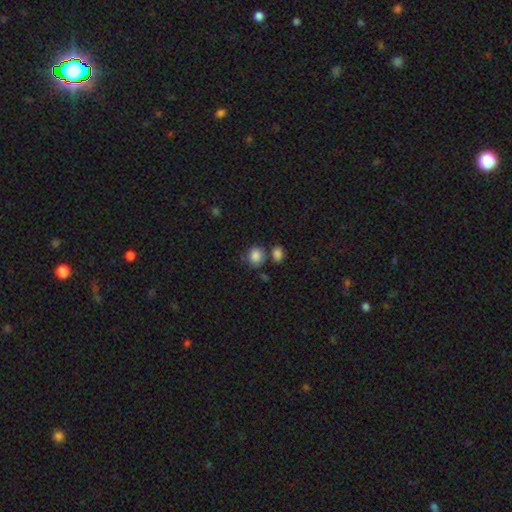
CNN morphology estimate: The model was most divided on "how rounded": round: 73%, in between: 26%, cigar-shaped: 1%. More confident: smooth or featured — smooth (86%); merging — none (64%).